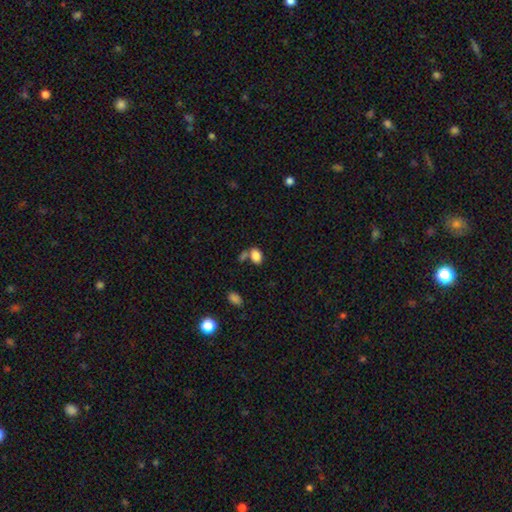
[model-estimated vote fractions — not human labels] smooth 84%, star or artifact 10%, featured or disk 6%. Down the decision tree: how rounded — in between (84%); merging — none (53%).